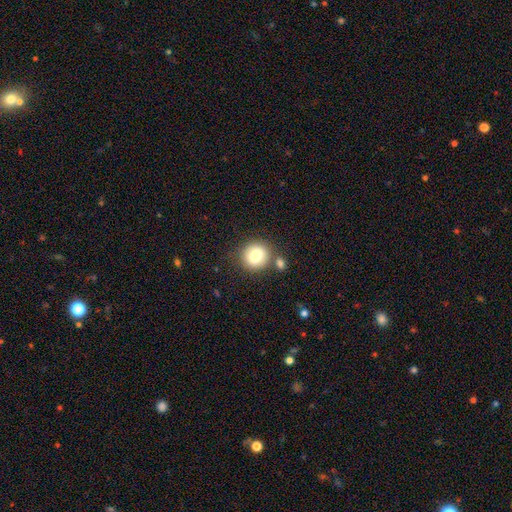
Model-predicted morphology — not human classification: The model was most divided on "merging": none: 74%, merger: 12%, minor disturbance: 10%, major disturbance: 4%. More confident: how rounded — round (87%); smooth or featured — smooth (80%).